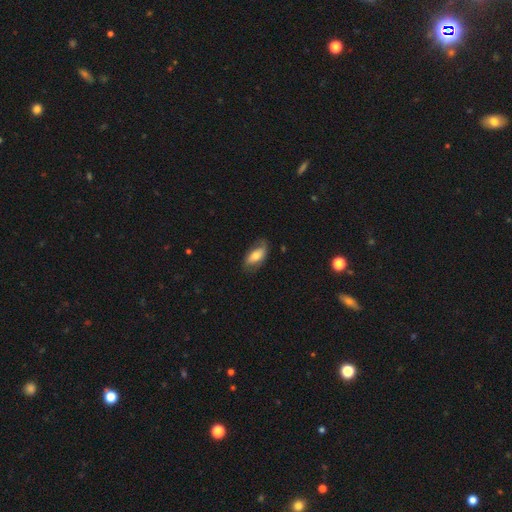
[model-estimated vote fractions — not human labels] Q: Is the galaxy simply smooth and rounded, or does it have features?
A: smooth — 59%.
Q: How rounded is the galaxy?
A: in between — 89%.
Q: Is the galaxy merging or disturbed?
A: none — 66%.